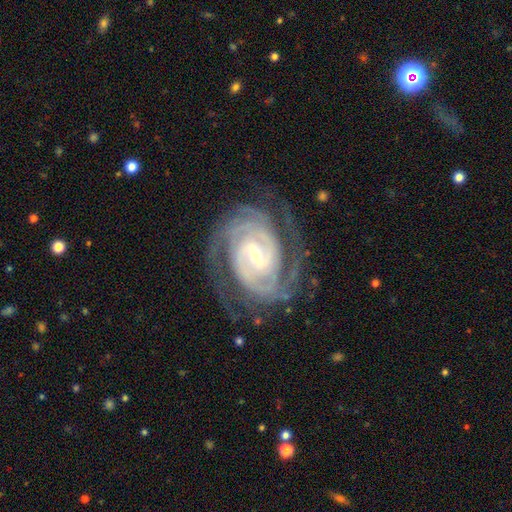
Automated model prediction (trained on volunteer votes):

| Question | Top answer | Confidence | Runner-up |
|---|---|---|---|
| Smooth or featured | featured or disk | 93% | star or artifact (4%) |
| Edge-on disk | no | 97% | yes (3%) |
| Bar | weak | 49% | strong (36%) |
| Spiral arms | yes | 99% | no (1%) |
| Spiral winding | tight | 72% | medium (25%) |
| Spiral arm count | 2 | 42% | 3 (21%) |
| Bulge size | small | 62% | moderate (34%) |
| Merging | none | 76% | minor disturbance (15%) |